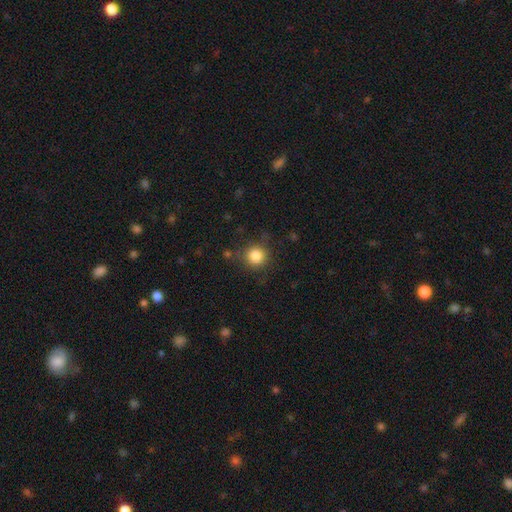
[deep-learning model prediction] A smooth galaxy with no disk features (84%) that is round (93%).

Vote fractions:
- Smooth or featured? smooth: 84% / star or artifact: 11% / featured or disk: 5%
- How rounded? round: 93% / in between: 6% / cigar-shaped: 1%
- Merging? none: 82% / minor disturbance: 11% / major disturbance: 4% / merger: 3%